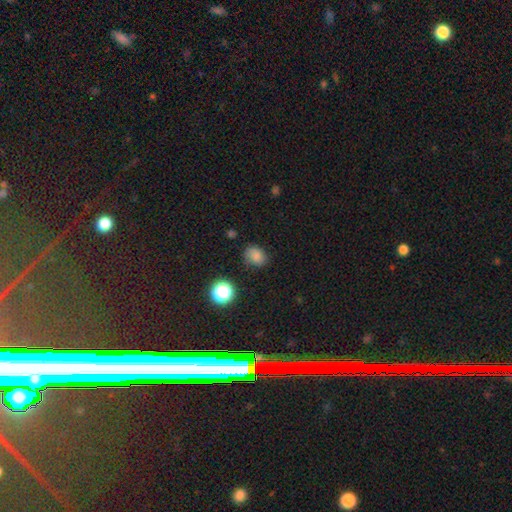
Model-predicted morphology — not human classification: This appears to be a smooth galaxy with no disk features (78%) that is in between round and cigar-shaped (53%). Merging: none (68%).